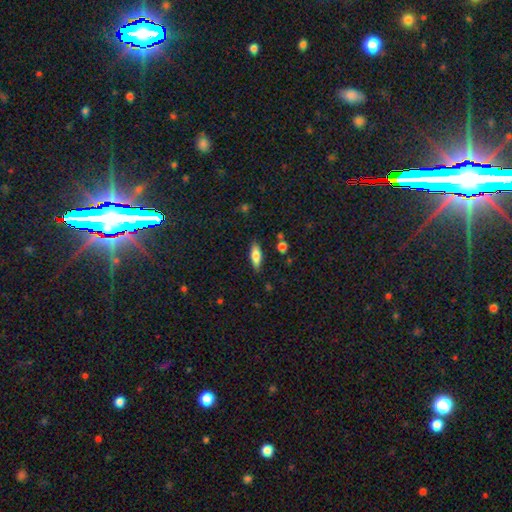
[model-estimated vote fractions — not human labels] Smooth or featured: smooth — 79% (featured or disk — 13%)
How rounded: in between — 67% (cigar-shaped — 31%)
Merging: none — 85% (minor disturbance — 11%)